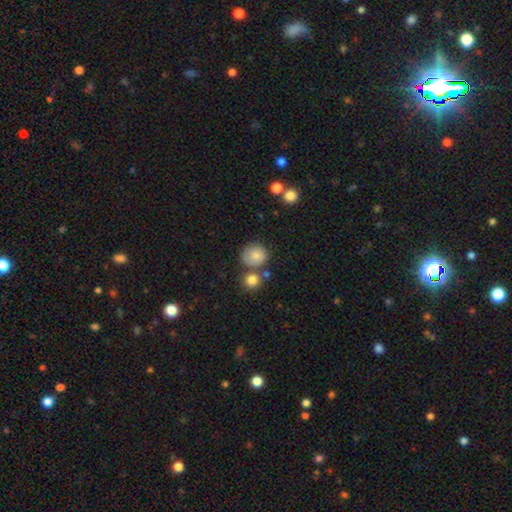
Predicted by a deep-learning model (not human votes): smooth_or_featured: smooth (p=0.79) [alt: featured or disk p=0.12]
how_rounded: round (p=0.83) [alt: in between p=0.16]
merging: none (p=0.63) [alt: minor disturbance p=0.16]